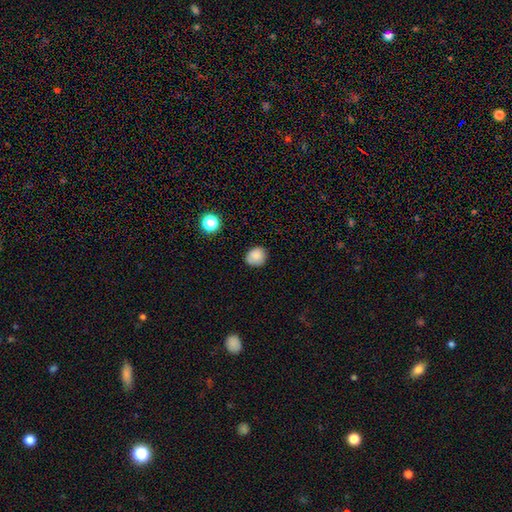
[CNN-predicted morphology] This appears to be a smooth galaxy with no disk features (85%) that is round (74%). Merging: none (82%).